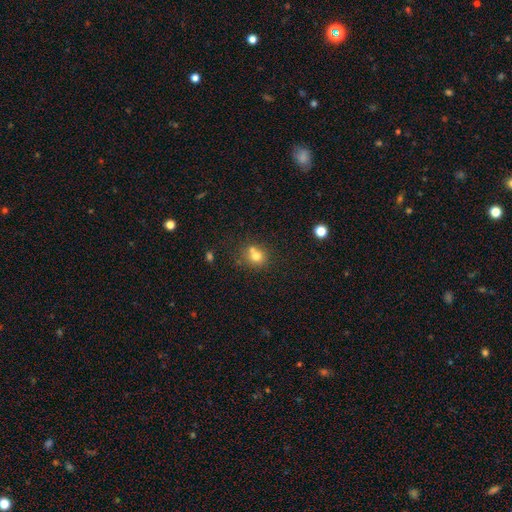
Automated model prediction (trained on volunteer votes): A smooth galaxy with no disk features (73%) that is round (81%). Merging: none (51%).